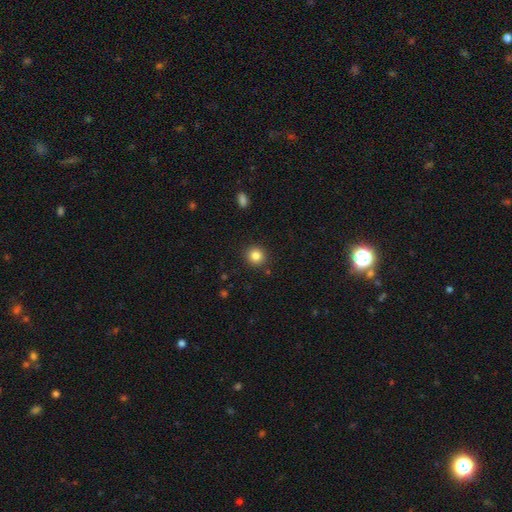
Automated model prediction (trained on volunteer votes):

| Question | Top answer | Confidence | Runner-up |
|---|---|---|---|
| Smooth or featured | smooth | 83% | star or artifact (11%) |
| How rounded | round | 91% | in between (8%) |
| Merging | none | 90% | minor disturbance (6%) |